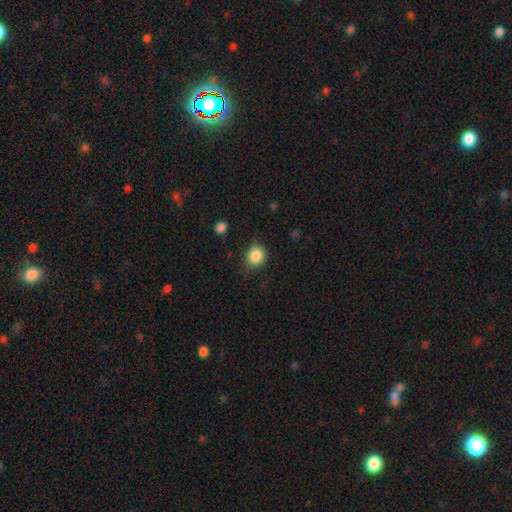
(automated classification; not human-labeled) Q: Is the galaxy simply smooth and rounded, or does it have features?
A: smooth — 85%.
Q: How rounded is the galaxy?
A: round — 77%.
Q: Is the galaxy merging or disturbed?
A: none — 74%.